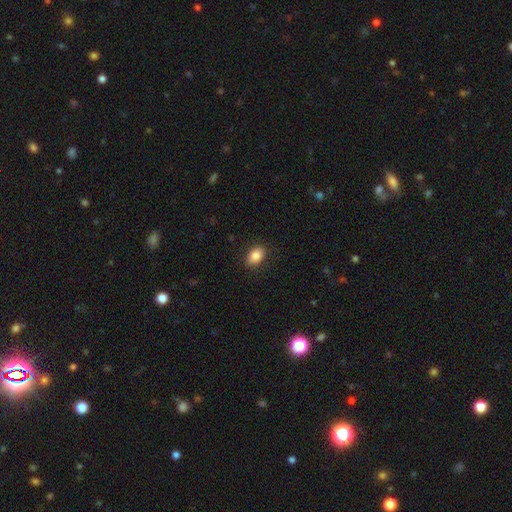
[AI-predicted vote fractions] This appears to be a smooth galaxy with no disk features (86%) that is in between round and cigar-shaped (85%). Merging: none (88%).